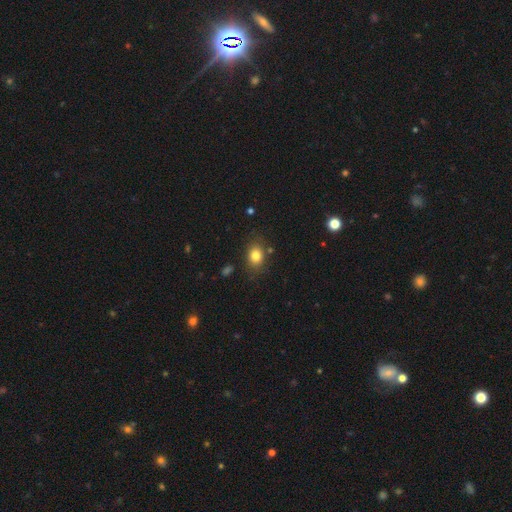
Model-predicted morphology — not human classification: A smooth galaxy with no disk features (81%) that is in between round and cigar-shaped (57%). Merging: none (80%).